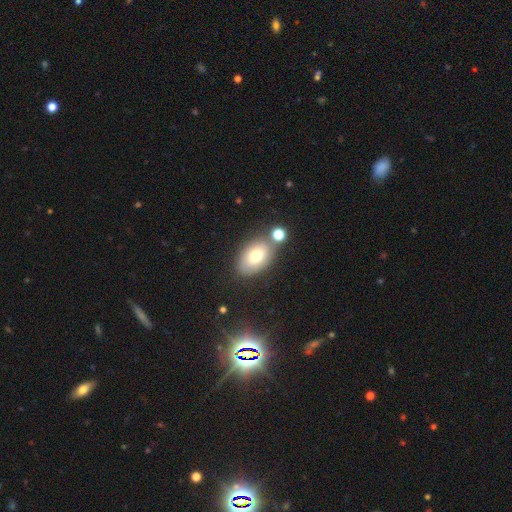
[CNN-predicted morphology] smooth_or_featured: smooth (p=0.72) [alt: featured or disk p=0.19]
how_rounded: in between (p=0.89) [alt: round p=0.09]
merging: none (p=0.65) [alt: merger p=0.16]